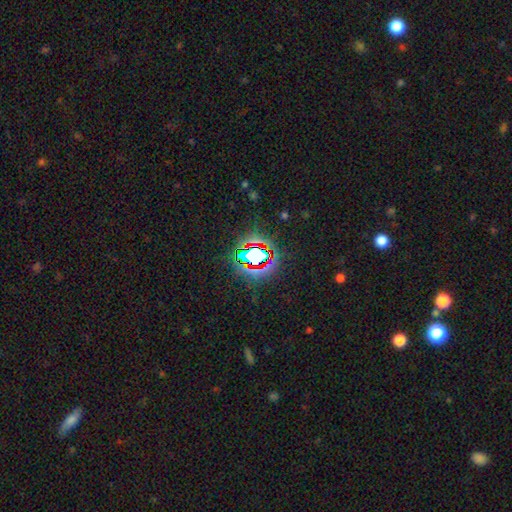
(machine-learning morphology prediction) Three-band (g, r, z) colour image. It shows a star or artifact, not a galaxy (70%).